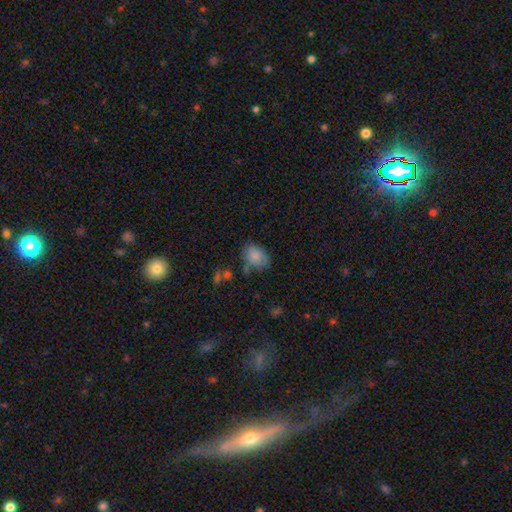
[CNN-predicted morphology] A smooth galaxy with no disk features (82%) that is in between round and cigar-shaped (76%).

Vote fractions:
- Smooth or featured? smooth: 82% / featured or disk: 9% / star or artifact: 9%
- How rounded? in between: 76% / round: 23% / cigar-shaped: 1%
- Merging? none: 57% / minor disturbance: 28% / major disturbance: 8% / merger: 7%